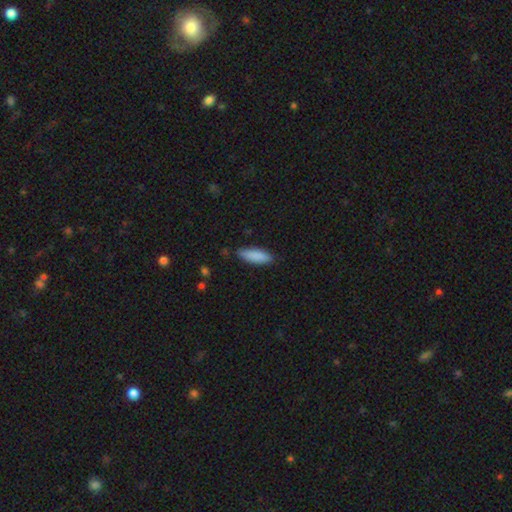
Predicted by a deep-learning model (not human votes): Smooth or featured? Predicted: smooth (p=0.88). How rounded? Predicted: in between (p=0.55). Merging? Predicted: none (p=0.83).